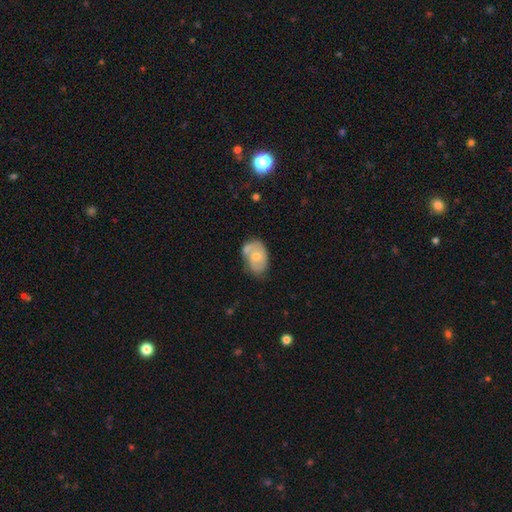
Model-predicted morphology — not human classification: smooth_or_featured: smooth (p=0.48) [alt: featured or disk p=0.46]
merging: none (p=0.44) [alt: minor disturbance p=0.29]